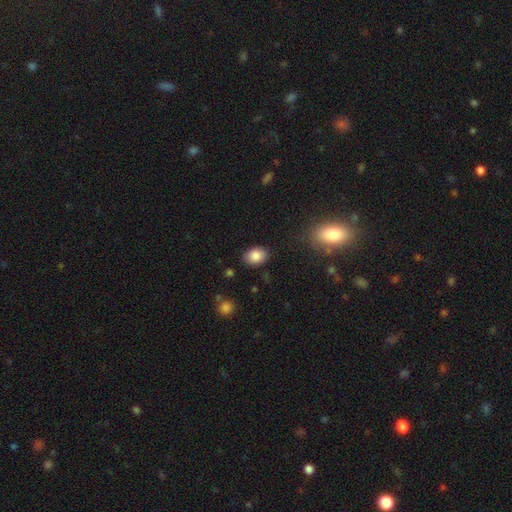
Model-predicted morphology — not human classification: type=smooth (85%); roundness=in between (77%); merging=none (86%).